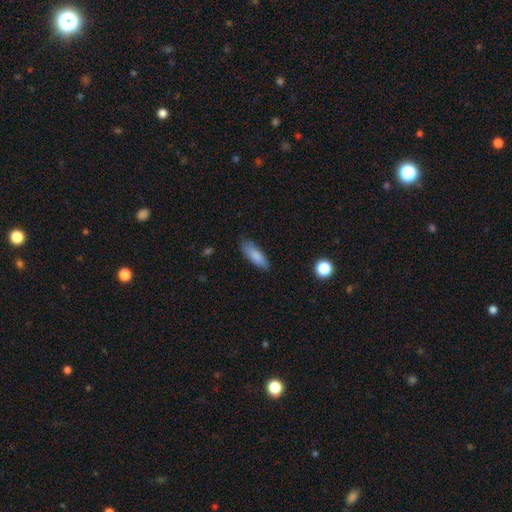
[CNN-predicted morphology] Smooth or featured?
  - smooth: 84% *
  - featured or disk: 9%
  - star or artifact: 7%
How rounded?
  - in between: 63% *
  - cigar-shaped: 35%
  - round: 2%
Merging?
  - none: 77% *
  - minor disturbance: 18%
  - major disturbance: 3%
  - merger: 1%